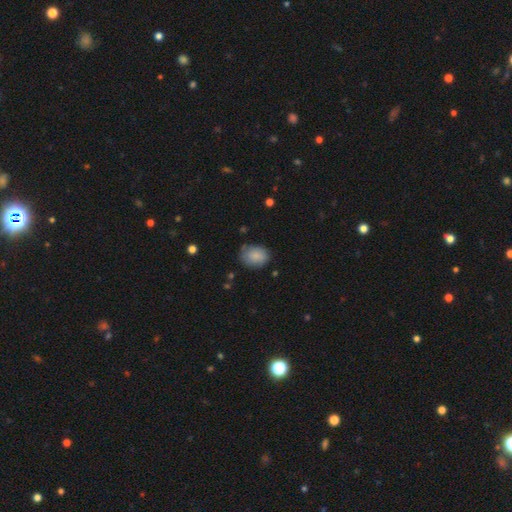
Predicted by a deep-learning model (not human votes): The model was most divided on "how rounded": in between: 58%, round: 41%, cigar-shaped: 1%. More confident: smooth or featured — smooth (84%); merging — none (71%).